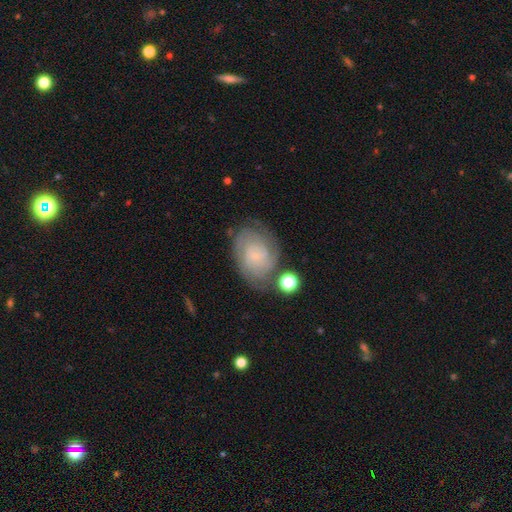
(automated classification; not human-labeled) Q: Smooth or featured?
A: featured or disk (71%); runner-up: smooth (20%)
Q: Edge-on disk?
A: no (97%); runner-up: yes (3%)
Q: Bar?
A: no (72%); runner-up: weak (24%)
Q: Spiral arms?
A: yes (92%); runner-up: no (8%)
Q: Spiral winding?
A: tight (70%); runner-up: medium (24%)
Q: Spiral arm count?
A: can't tell (42%); runner-up: 2 (19%)
Q: Bulge size?
A: small (82%); runner-up: none (9%)
Q: Merging?
A: none (68%); runner-up: minor disturbance (19%)